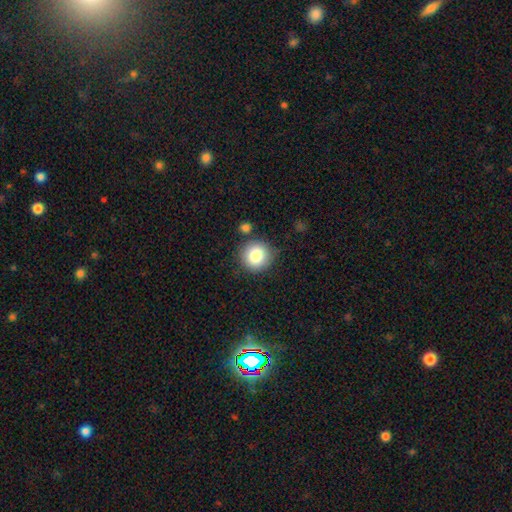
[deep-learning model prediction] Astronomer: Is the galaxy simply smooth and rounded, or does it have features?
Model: smooth — 83%.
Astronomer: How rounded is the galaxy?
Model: round — 93%.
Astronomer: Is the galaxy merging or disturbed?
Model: none — 81%.